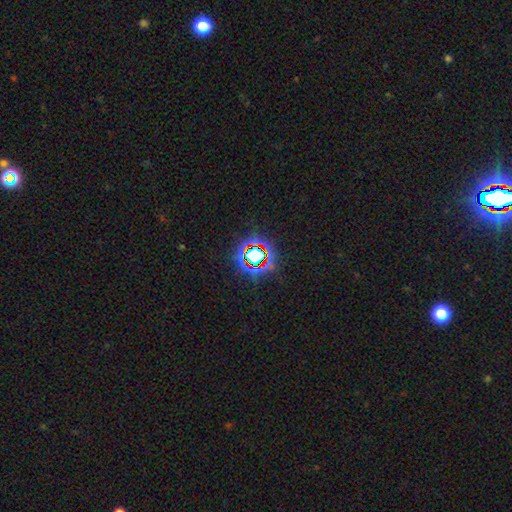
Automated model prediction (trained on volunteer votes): A star or artifact, not a galaxy (70%).